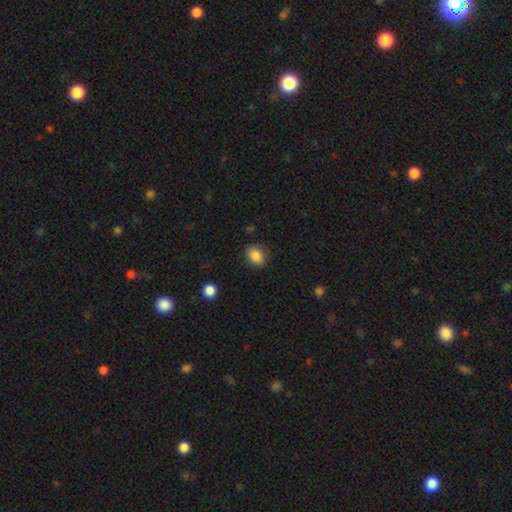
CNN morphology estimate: Overall: smooth (86%). How rounded: in between (53%; round 46%). Merging: none (79%).